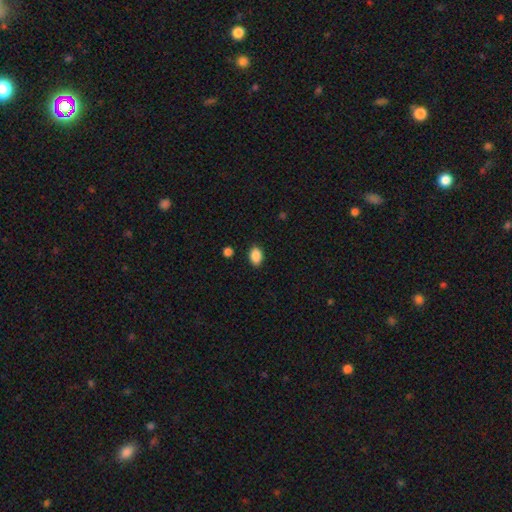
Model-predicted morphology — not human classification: The model was most divided on "how rounded": in between: 83%, round: 16%, cigar-shaped: 1%. More confident: smooth or featured — smooth (88%); merging — none (87%).